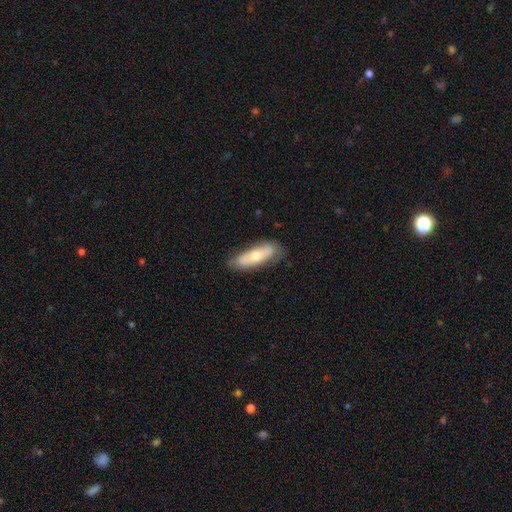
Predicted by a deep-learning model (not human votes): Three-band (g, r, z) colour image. It shows a smooth galaxy with no disk features (57%) that is in between round and cigar-shaped (56%). Merging: none (75%).